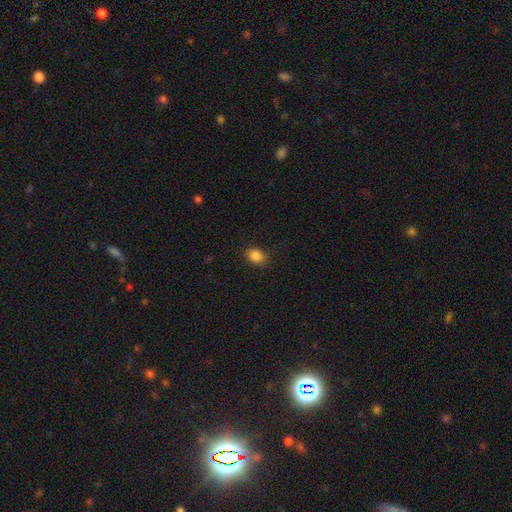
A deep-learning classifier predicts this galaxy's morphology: Smooth or featured: smooth — 87% (star or artifact — 9%)
How rounded: in between — 72% (round — 27%)
Merging: none — 84% (minor disturbance — 12%)